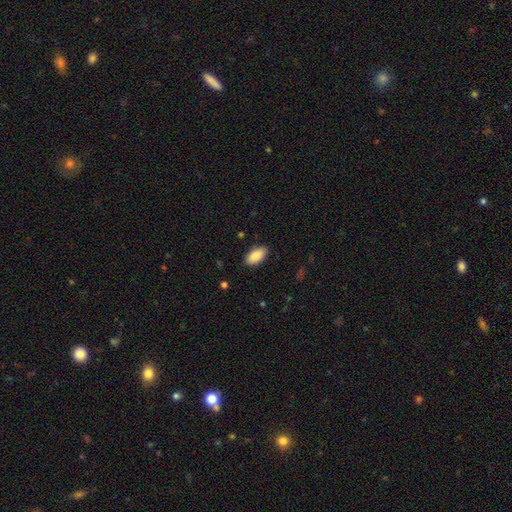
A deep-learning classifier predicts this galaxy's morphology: smooth-or-featured: smooth: 89% | star or artifact: 6% | featured or disk: 5%
  how-rounded: in between: 94% | cigar-shaped: 3% | round: 2%
  merging: none: 87% | minor disturbance: 10% | major disturbance: 2% | merger: 1%